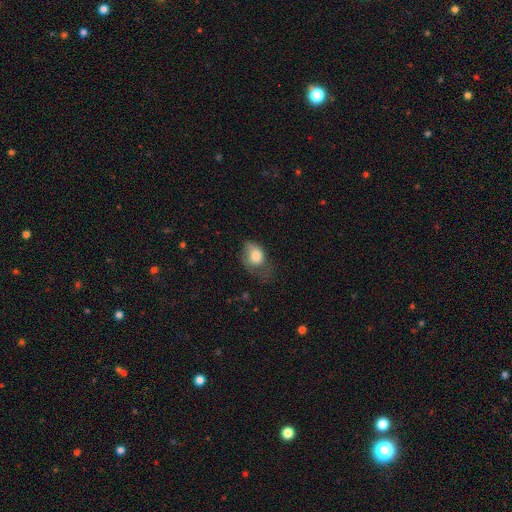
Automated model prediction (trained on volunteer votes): Q: Smooth or featured?
A: smooth (78%); runner-up: featured or disk (14%)
Q: How rounded?
A: in between (64%); runner-up: round (35%)
Q: Merging?
A: minor disturbance (36%); runner-up: major disturbance (35%)